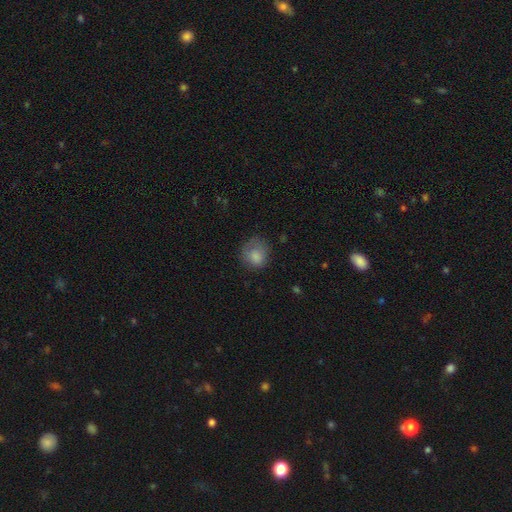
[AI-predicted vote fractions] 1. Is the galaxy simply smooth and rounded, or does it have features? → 81% smooth, 10% featured or disk, 9% star or artifact.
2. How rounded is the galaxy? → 72% round, 27% in between, 1% cigar-shaped.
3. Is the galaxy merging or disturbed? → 56% none, 27% minor disturbance, 16% major disturbance, 2% merger.